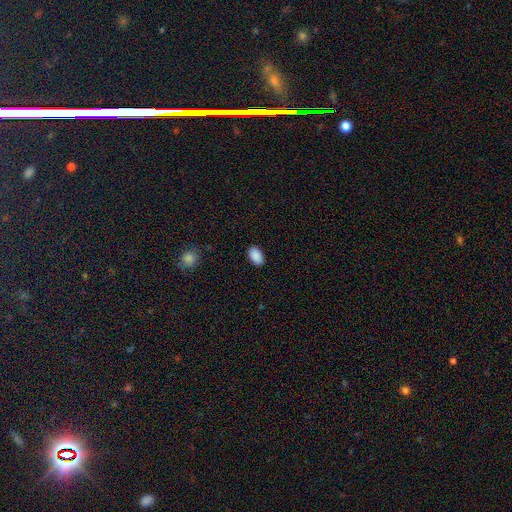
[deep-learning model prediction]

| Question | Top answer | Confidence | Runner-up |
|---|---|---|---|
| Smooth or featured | smooth | 90% | star or artifact (7%) |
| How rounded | in between | 93% | round (6%) |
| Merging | none | 88% | minor disturbance (9%) |